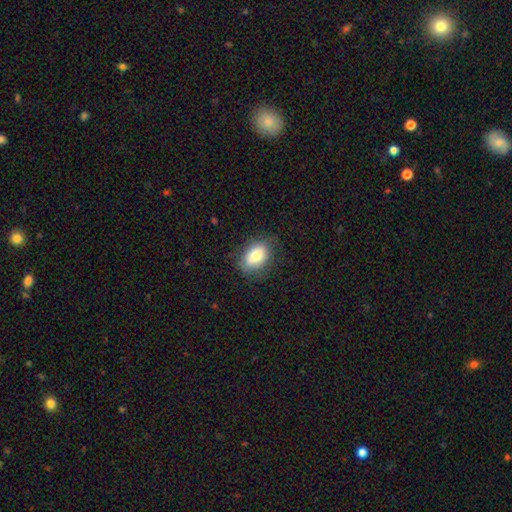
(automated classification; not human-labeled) Smooth or featured?
  - smooth: 76% *
  - featured or disk: 15%
  - star or artifact: 8%
How rounded?
  - in between: 85% *
  - round: 11%
  - cigar-shaped: 4%
Merging?
  - none: 76% *
  - minor disturbance: 18%
  - major disturbance: 5%
  - merger: 1%